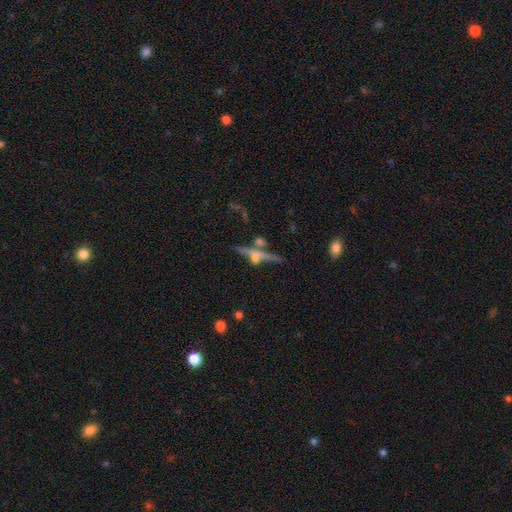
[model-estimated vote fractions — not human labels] This is likely a featured or disk galaxy (68%). It is clearly viewed edge-on (92%). Edge-on bulge: clearly rounded (80%). Merging: likely none (63%).